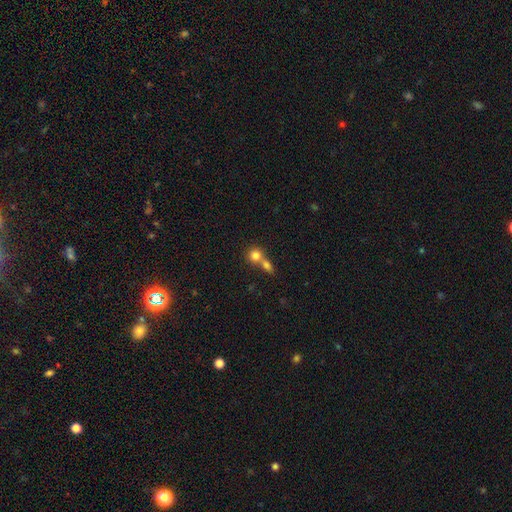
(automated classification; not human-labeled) A smooth galaxy with no disk features (80%) that is round (82%). Merging: merger (57%).